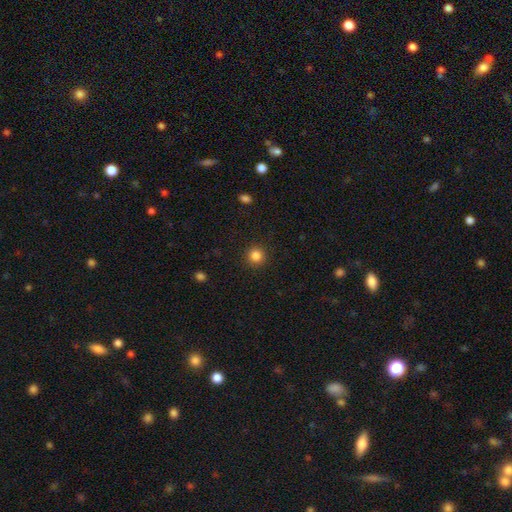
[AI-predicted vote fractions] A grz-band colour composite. It shows a smooth galaxy with no disk features (85%) that is round (94%). Merging: none (91%).